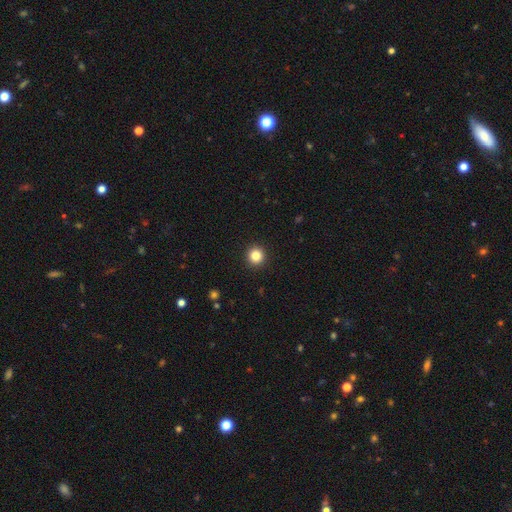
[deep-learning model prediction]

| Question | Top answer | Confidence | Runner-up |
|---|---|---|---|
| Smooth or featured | smooth | 84% | star or artifact (11%) |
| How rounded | round | 95% | in between (5%) |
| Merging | none | 93% | minor disturbance (4%) |